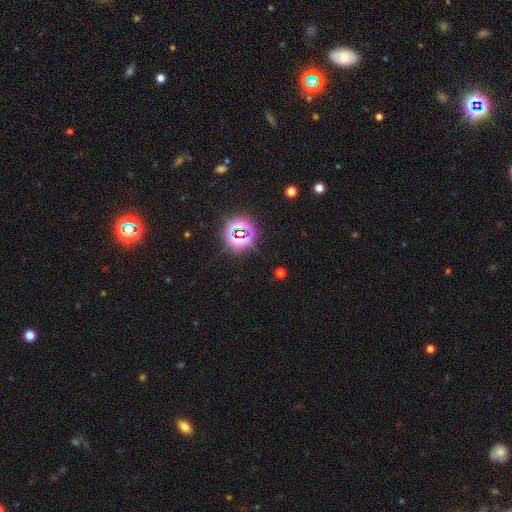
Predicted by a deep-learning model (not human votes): Overall: star or artifact (77%).